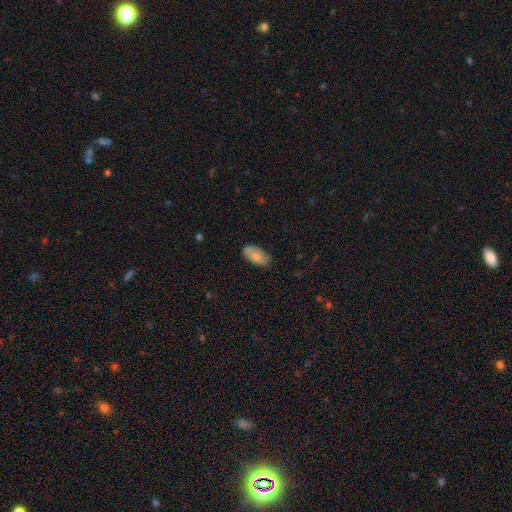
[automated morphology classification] The model was most divided on "smooth or featured": smooth: 71%, featured or disk: 23%, star or artifact: 6%. More confident: how rounded — in between (93%); merging — none (77%).